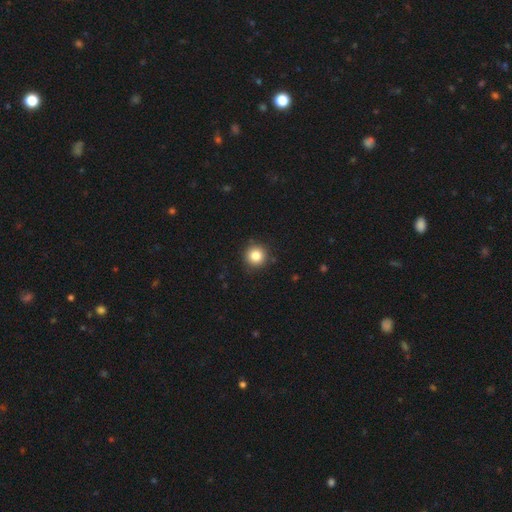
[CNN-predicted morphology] A smooth galaxy with no disk features (83%) that is round (95%).

Vote fractions:
- Smooth or featured? smooth: 83% / star or artifact: 11% / featured or disk: 6%
- How rounded? round: 95% / in between: 4% / cigar-shaped: 1%
- Merging? none: 90% / minor disturbance: 6% / major disturbance: 2% / merger: 1%